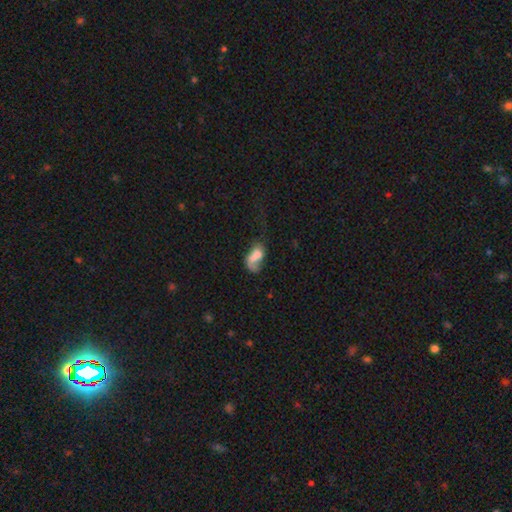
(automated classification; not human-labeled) Smooth or featured? smooth (58%)
How rounded? in between (83%)
Merging? merger (32%, tied with major disturbance)